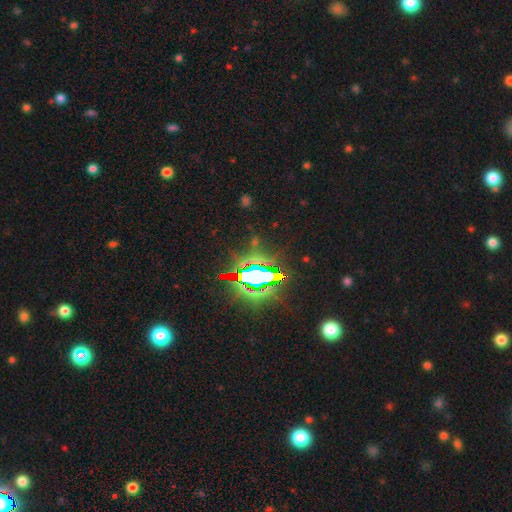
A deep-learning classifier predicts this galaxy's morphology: This is likely a star or artifact rather than a galaxy (79%).